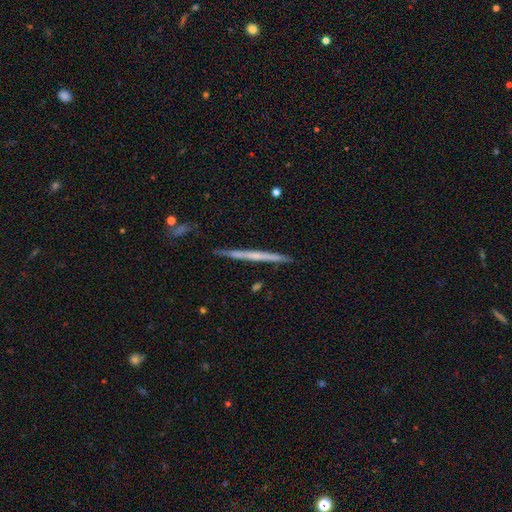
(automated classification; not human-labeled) Smooth or featured? featured or disk (58%)
Edge-on disk? yes (98%)
Edge-on bulge? none (84%)
Merging? none (88%)